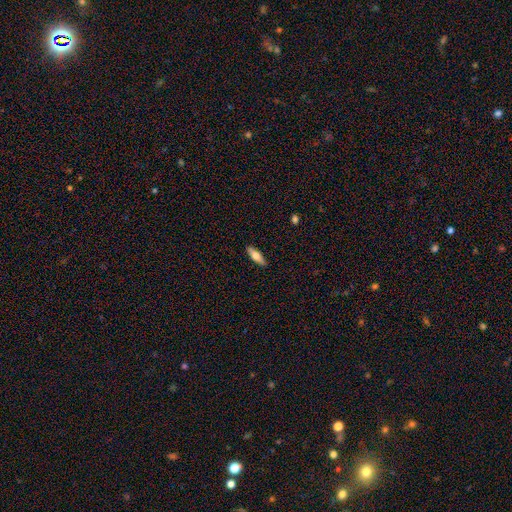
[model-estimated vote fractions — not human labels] Overall: smooth (61%; featured or disk 33%). How rounded: cigar-shaped (54%; in between 44%). Merging: none (89%).